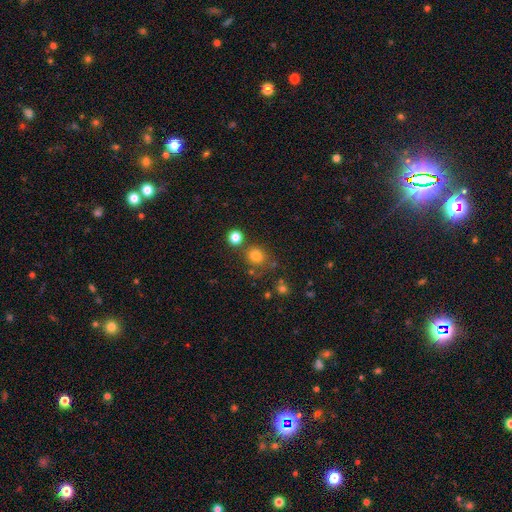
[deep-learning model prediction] This is likely a smooth galaxy (77%). How rounded: clearly round (86%). Merging: likely none (71%).